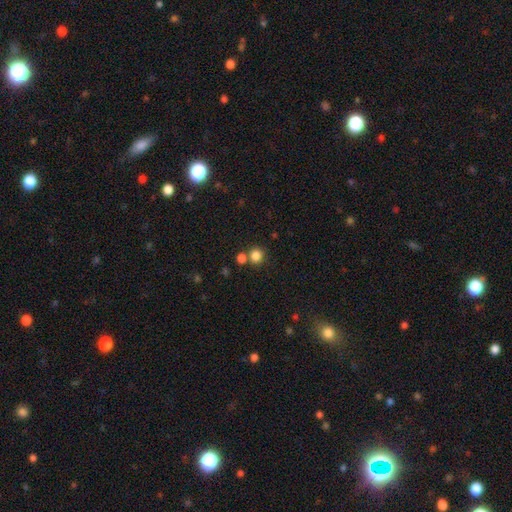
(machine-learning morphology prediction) Overall: smooth (83%). How rounded: round (89%). Merging: none (69%).